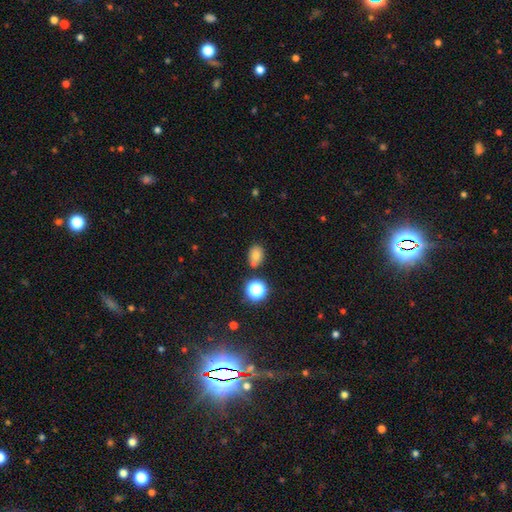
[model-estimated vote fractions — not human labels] Q: Smooth or featured?
A: smooth (74%); runner-up: star or artifact (17%)
Q: How rounded?
A: in between (62%); runner-up: round (37%)
Q: Merging?
A: none (71%); runner-up: minor disturbance (15%)